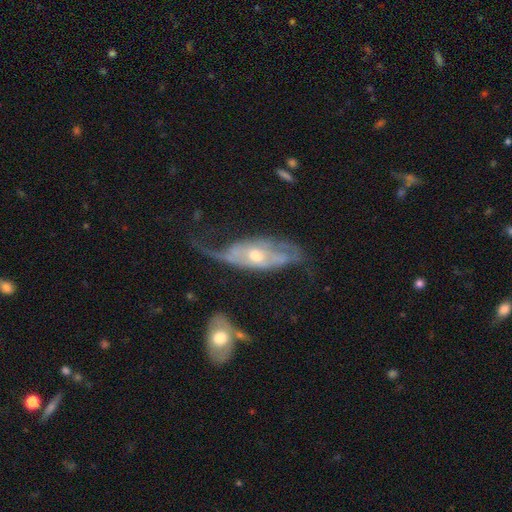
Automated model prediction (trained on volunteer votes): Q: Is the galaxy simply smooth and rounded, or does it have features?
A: featured or disk — 77%.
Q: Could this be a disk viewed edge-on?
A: no — 84%.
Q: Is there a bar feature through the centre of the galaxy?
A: no — 64%.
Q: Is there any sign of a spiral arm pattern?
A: yes — 80%.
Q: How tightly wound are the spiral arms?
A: loose — 40%.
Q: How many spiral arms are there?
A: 2 — 55%.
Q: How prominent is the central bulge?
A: moderate — 58%.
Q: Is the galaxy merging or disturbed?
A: none — 38%.